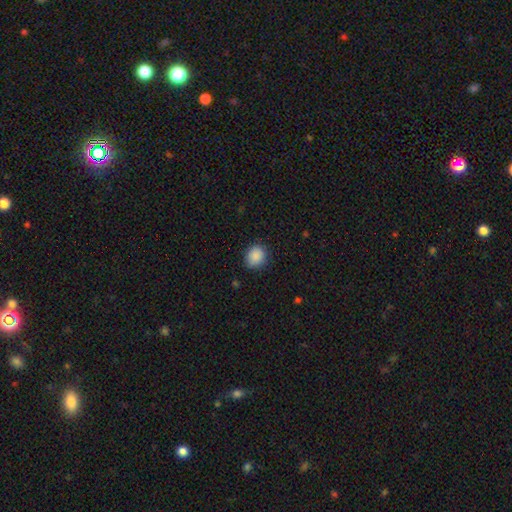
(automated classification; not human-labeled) This is clearly a smooth galaxy (88%). How rounded: possibly round (58%). Merging: clearly none (85%).